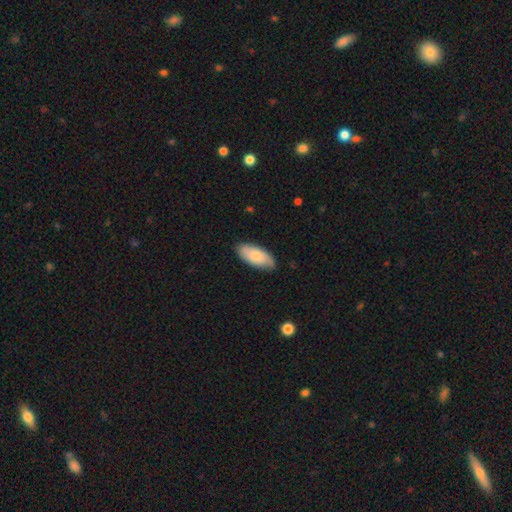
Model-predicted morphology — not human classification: Smooth or featured? smooth (68%)
How rounded? in between (91%)
Merging? none (78%)